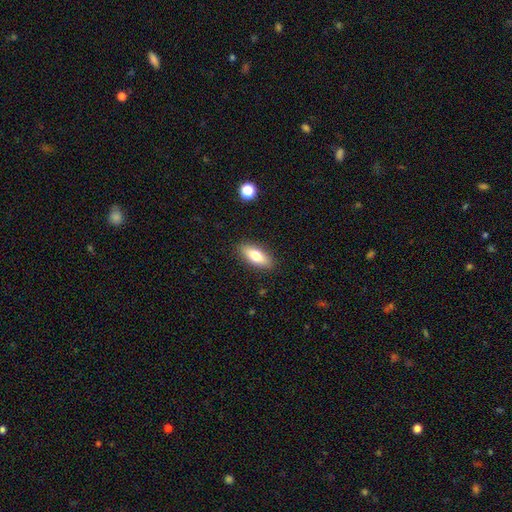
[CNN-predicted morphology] A smooth galaxy with no disk features (74%) that is in between round and cigar-shaped (75%). Merging: none (88%).